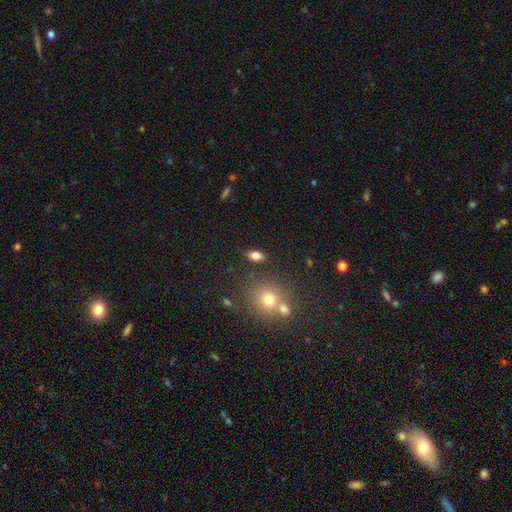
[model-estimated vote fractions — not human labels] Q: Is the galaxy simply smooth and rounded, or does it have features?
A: smooth — 79%.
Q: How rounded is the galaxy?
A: in between — 86%.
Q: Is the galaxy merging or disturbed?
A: none — 82%.